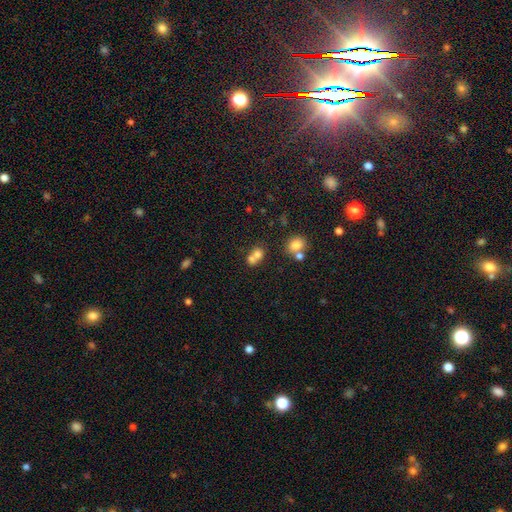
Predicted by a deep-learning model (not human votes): This is likely a smooth galaxy (71%). How rounded: likely round (65%). Merging: likely merger (61%).